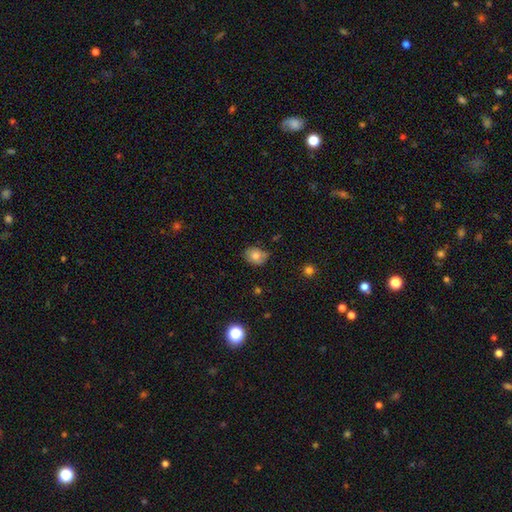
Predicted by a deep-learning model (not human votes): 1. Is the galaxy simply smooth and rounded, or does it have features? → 75% smooth, 15% featured or disk, 10% star or artifact.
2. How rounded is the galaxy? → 51% round, 48% in between, 1% cigar-shaped.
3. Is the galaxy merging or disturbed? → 68% none, 25% minor disturbance, 4% major disturbance, 3% merger.